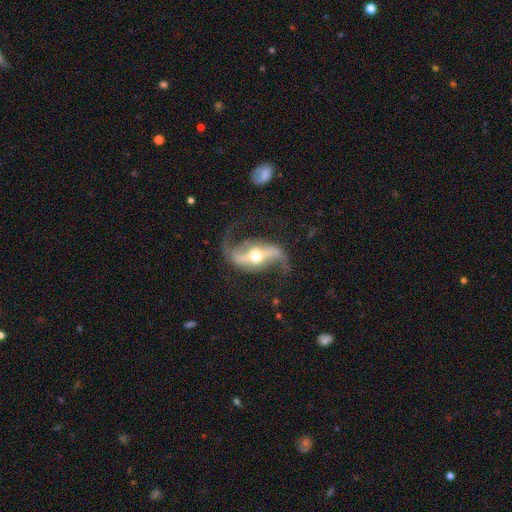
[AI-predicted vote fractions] Morphology: type=featured or disk (92%); edge-on=no (95%); bar=strong (53%); spiral arms=yes (97%); winding=loose (70%); arm count=2 (94%); bulge=moderate (69%); merging=none (76%).